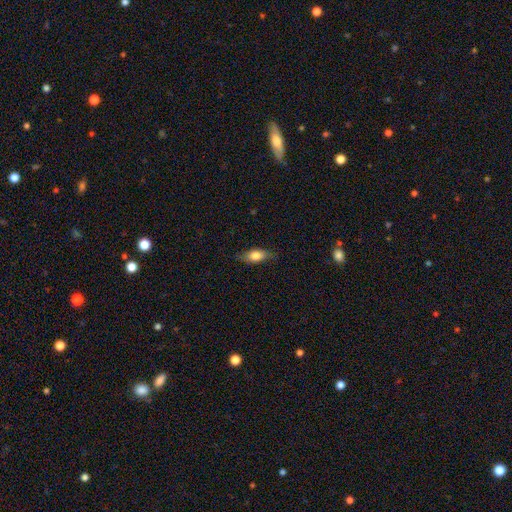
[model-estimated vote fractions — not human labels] Smooth or featured? smooth (73%)
How rounded? in between (77%)
Merging? none (79%)